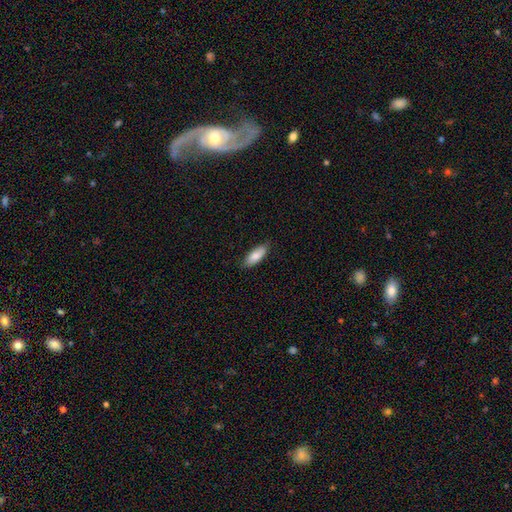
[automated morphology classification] The model was most divided on "how rounded": in between: 76%, cigar-shaped: 22%, round: 2%. More confident: smooth or featured — smooth (84%); merging — none (82%).